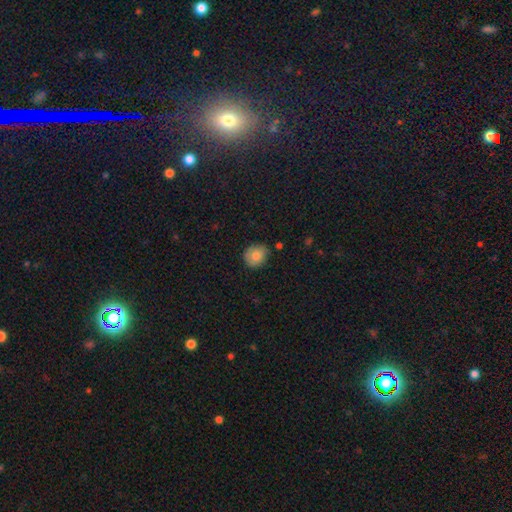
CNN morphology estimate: This appears to be a smooth galaxy with no disk features (81%) that is round (73%). Merging: none (78%).